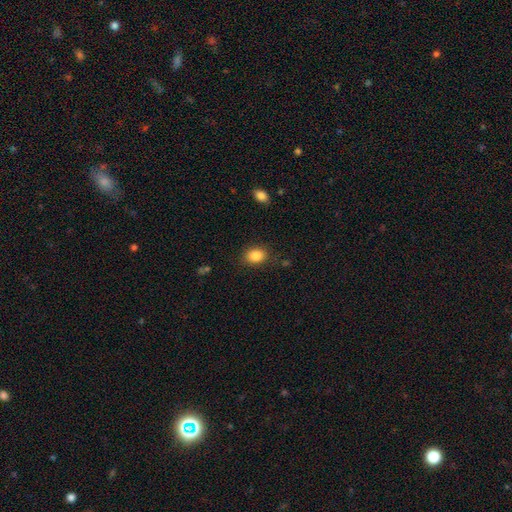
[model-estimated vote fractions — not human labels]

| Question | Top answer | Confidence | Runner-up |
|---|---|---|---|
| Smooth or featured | smooth | 86% | star or artifact (9%) |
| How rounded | in between | 65% | round (33%) |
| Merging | none | 82% | minor disturbance (12%) |